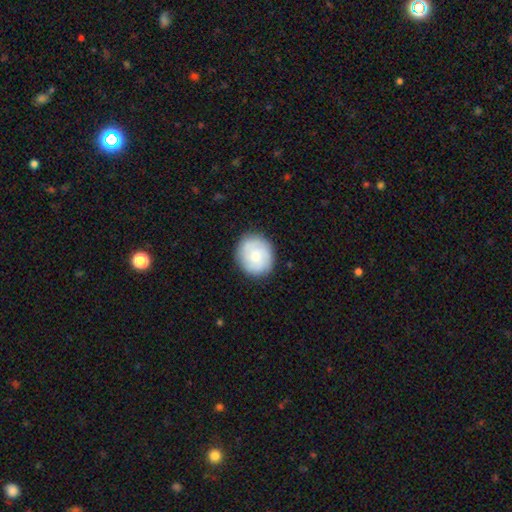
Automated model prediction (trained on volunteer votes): smooth_or_featured: smooth (p=0.63) [alt: featured or disk p=0.31]
how_rounded: round (p=0.73) [alt: in between p=0.26]
merging: none (p=0.84) [alt: minor disturbance p=0.12]